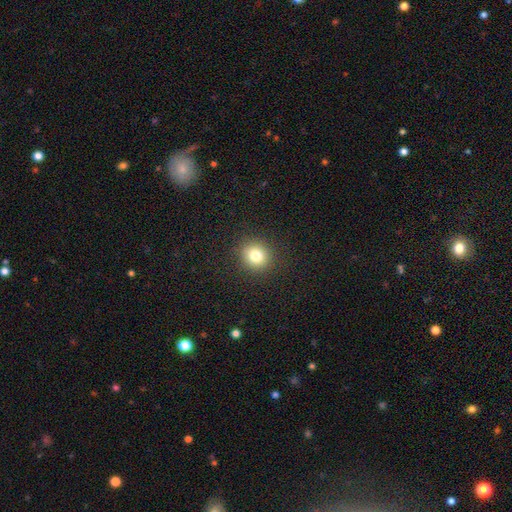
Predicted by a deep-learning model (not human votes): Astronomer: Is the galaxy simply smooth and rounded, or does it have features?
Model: smooth — 80%.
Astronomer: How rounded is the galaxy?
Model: round — 85%.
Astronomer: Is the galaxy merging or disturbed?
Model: none — 90%.